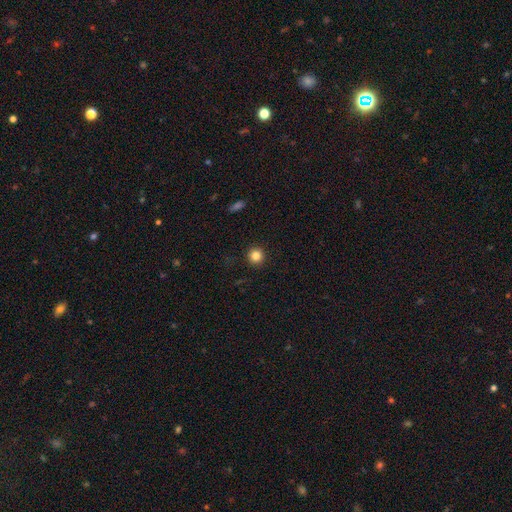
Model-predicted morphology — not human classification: Smooth or featured? smooth (83%)
How rounded? round (95%)
Merging? none (92%)